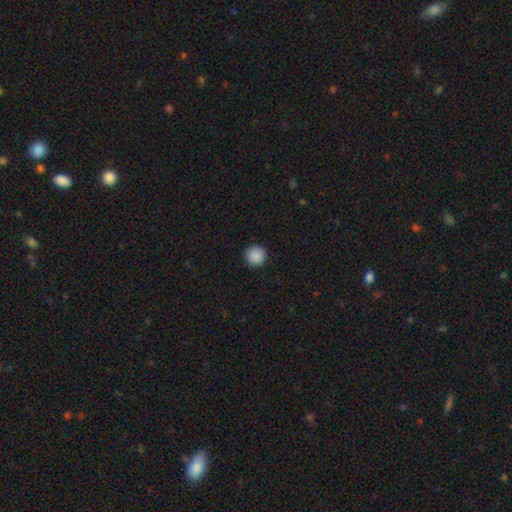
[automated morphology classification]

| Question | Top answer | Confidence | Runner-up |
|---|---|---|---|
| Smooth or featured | smooth | 89% | star or artifact (8%) |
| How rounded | round | 96% | in between (3%) |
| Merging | none | 93% | minor disturbance (5%) |